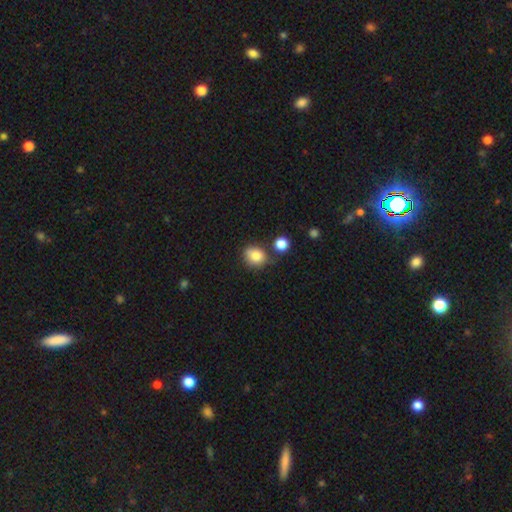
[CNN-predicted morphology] smooth 82%, star or artifact 10%, featured or disk 8%. Down the decision tree: how rounded — round (71%); merging — none (68%).